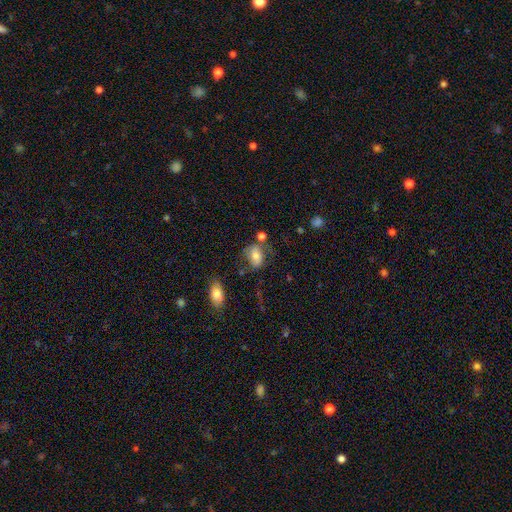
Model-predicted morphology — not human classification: The model was most divided on "merging": none: 52%, minor disturbance: 22%, merger: 13%, major disturbance: 13%. More confident: how rounded — in between (74%); smooth or featured — smooth (67%).